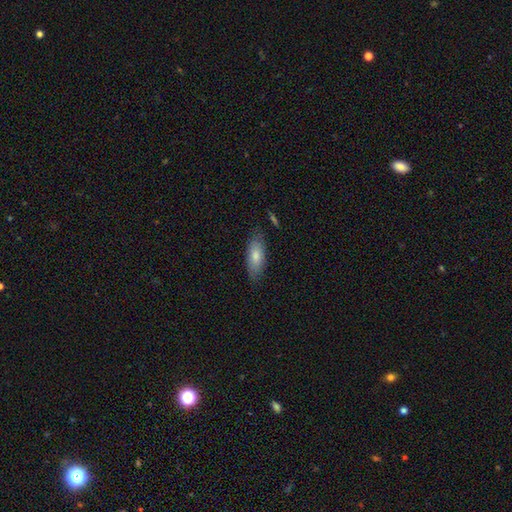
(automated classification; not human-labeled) smooth_or_featured: smooth (p=0.78) [alt: featured or disk p=0.16]
how_rounded: in between (p=0.78) [alt: cigar-shaped p=0.20]
merging: none (p=0.80) [alt: minor disturbance p=0.15]